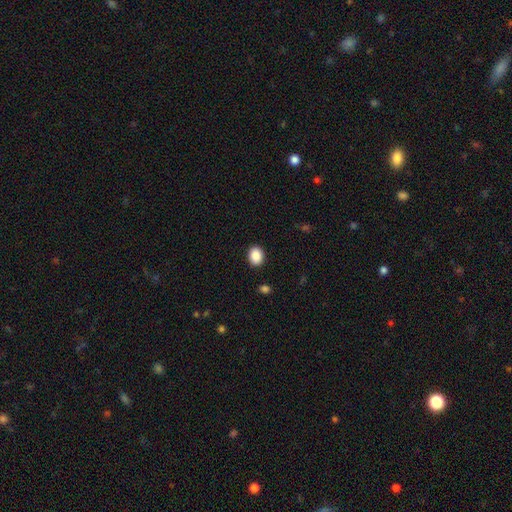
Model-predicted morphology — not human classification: This is clearly a smooth galaxy (90%). How rounded: likely in between (65%). Merging: clearly none (90%).